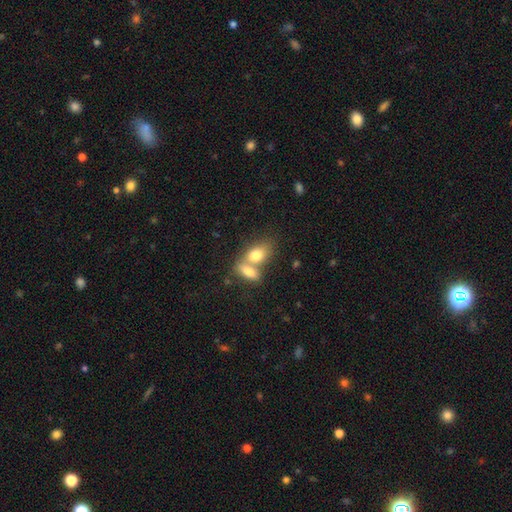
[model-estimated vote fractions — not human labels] This appears to be a smooth galaxy with no disk features (77%) that is in between round and cigar-shaped (83%). Merging: merger (66%).